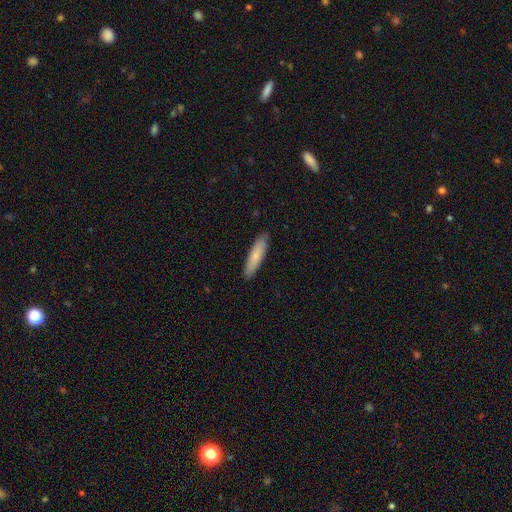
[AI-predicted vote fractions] This appears to be a smooth galaxy with no disk features (80%) that is cigar-shaped (75%). Merging: none (88%).